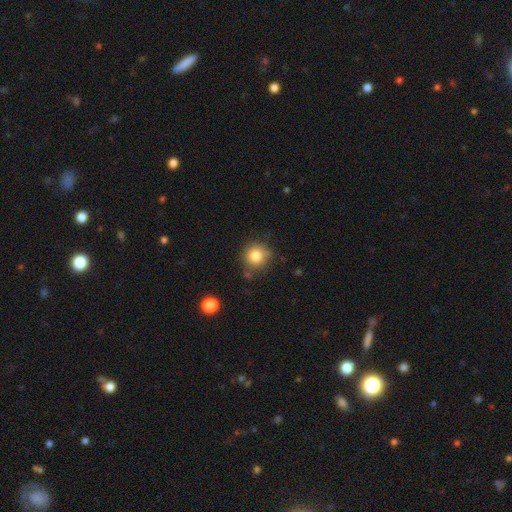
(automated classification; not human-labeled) Smooth or featured? Predicted: smooth (p=0.82). How rounded? Predicted: round (p=0.91). Merging? Predicted: none (p=0.78).